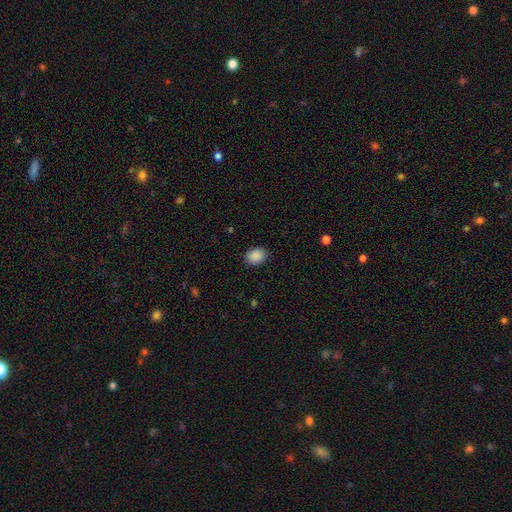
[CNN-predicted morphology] smooth 89%, star or artifact 8%, featured or disk 3%. Down the decision tree: how rounded — in between (61%); merging — none (88%).